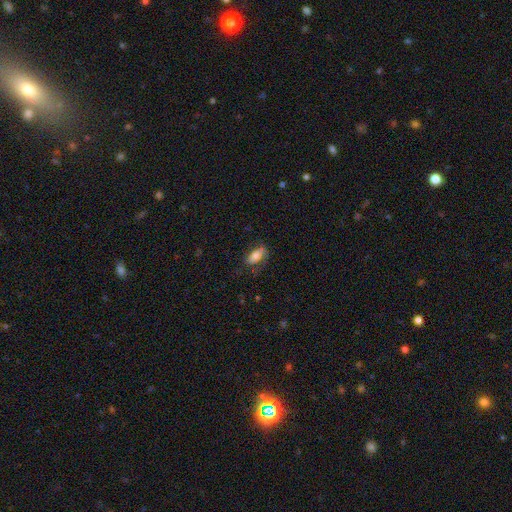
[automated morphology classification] A smooth galaxy with no disk features (68%) that is in between round and cigar-shaped (85%).

Vote fractions:
- Smooth or featured? smooth: 68% / featured or disk: 24% / star or artifact: 8%
- How rounded? in between: 85% / cigar-shaped: 10% / round: 4%
- Merging? none: 56% / minor disturbance: 26% / major disturbance: 16% / merger: 2%